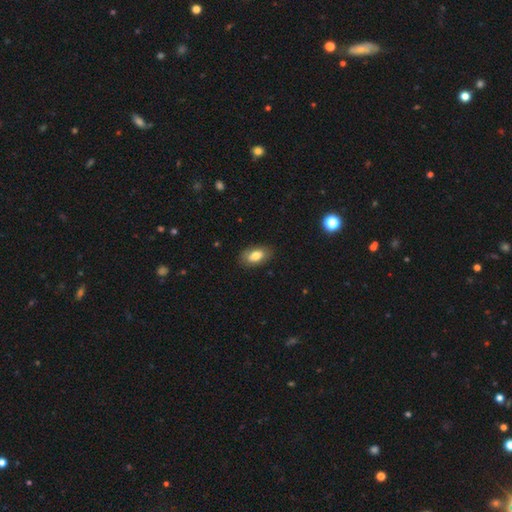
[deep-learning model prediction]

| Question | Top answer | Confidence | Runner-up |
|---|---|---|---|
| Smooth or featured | smooth | 78% | featured or disk (15%) |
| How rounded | in between | 92% | round (5%) |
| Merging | none | 84% | minor disturbance (12%) |